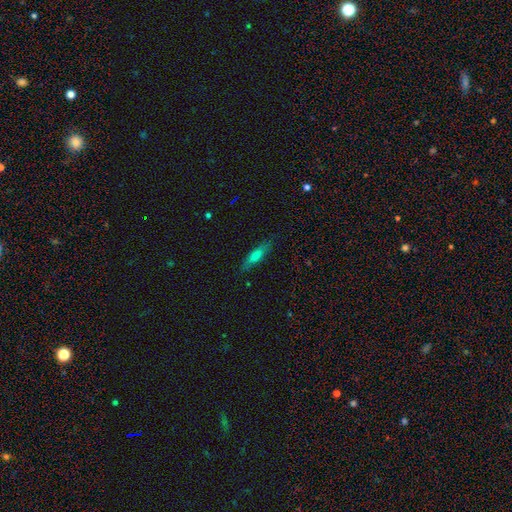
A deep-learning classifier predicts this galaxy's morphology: A smooth galaxy with no disk features (63%) that is cigar-shaped (66%). Merging: none (82%).